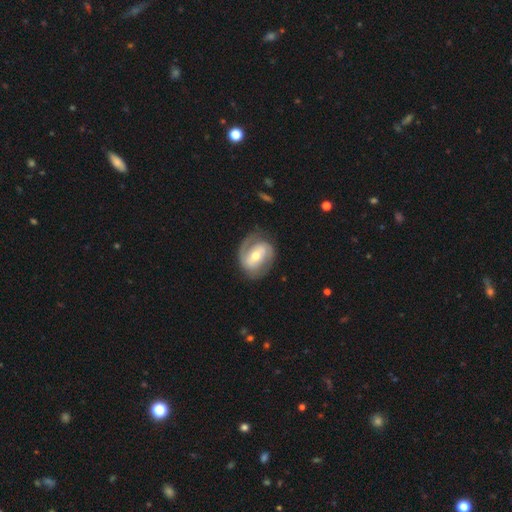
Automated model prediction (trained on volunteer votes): The model was most divided on "spiral winding": tight: 44%, medium: 41%, loose: 16%. Remaining: edge-on disk — no (97%); spiral arms — yes (89%); spiral arm count — 2 (80%); smooth or featured — featured or disk (79%); merging — none (74%); bulge size — moderate (63%); bar — weak (40%).